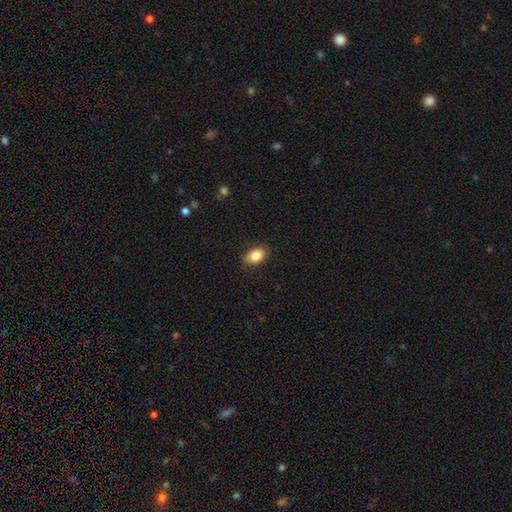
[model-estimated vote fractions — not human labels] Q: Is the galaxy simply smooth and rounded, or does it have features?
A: smooth — 86%.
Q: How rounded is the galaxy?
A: in between — 87%.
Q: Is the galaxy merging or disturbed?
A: none — 84%.